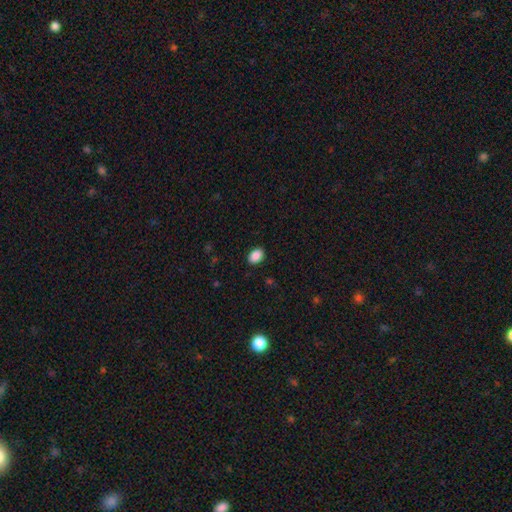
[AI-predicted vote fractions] This is clearly a smooth galaxy (89%). How rounded: clearly in between (81%). Merging: clearly none (89%).